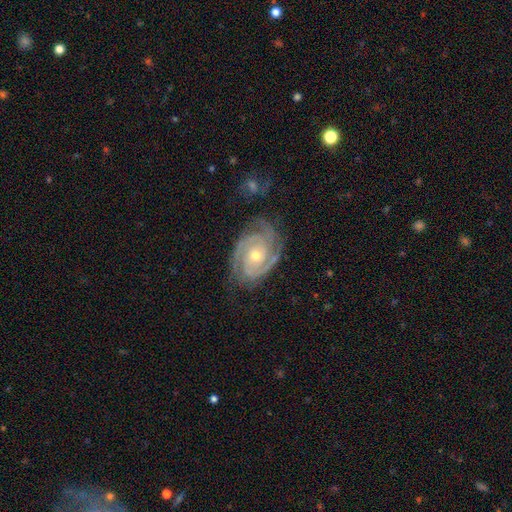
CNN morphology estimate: type=featured or disk (92%); edge-on=no (97%); bar=no (73%); spiral arms=yes (98%); winding=tight (70%); arm count=2 (40%); bulge=moderate (55%); merging=none (75%).